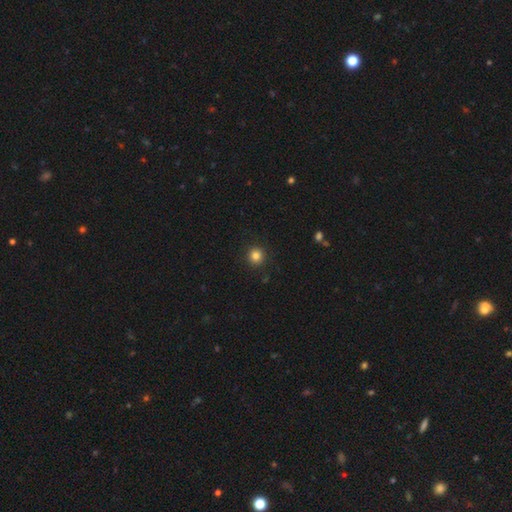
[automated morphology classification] The model was most divided on "smooth or featured": smooth: 84%, star or artifact: 12%, featured or disk: 4%. More confident: how rounded — round (94%); merging — none (92%).